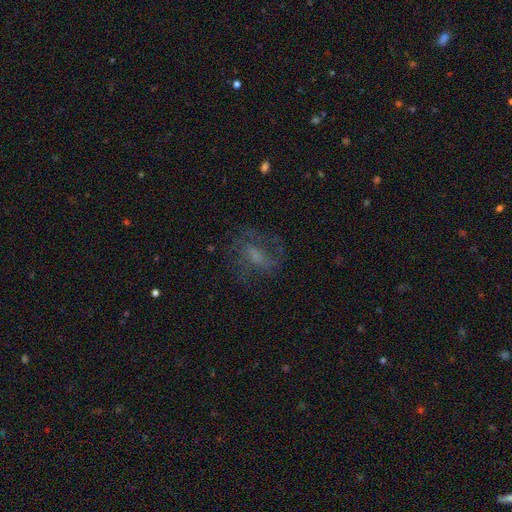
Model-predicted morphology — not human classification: Smooth or featured: featured or disk — 57% (smooth — 28%)
Edge-on disk: no — 94% (yes — 6%)
Bar: weak — 44% (no — 32%)
Spiral arms: yes — 74% (no — 26%)
Bulge size: none — 36% (small — 28%)
Merging: none — 61% (major disturbance — 20%)